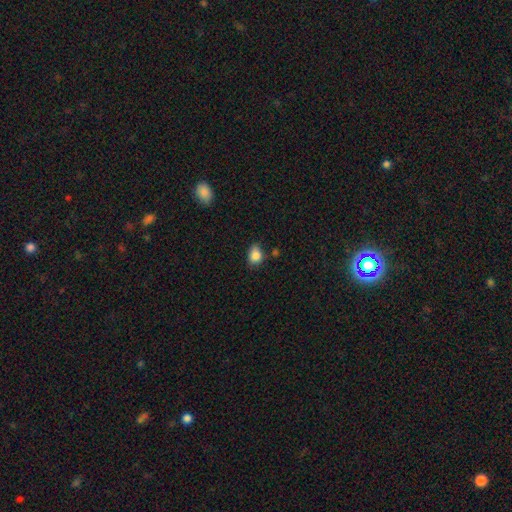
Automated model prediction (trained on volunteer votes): This appears to be a smooth galaxy with no disk features (85%) that is in between round and cigar-shaped (58%). Merging: none (62%).